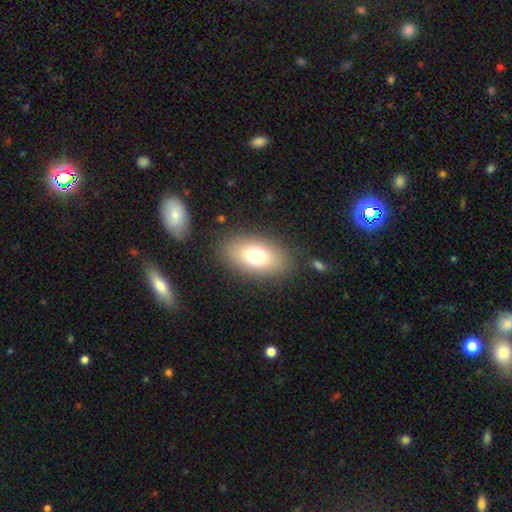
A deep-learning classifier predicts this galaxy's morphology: type=smooth (72%); roundness=in between (84%); merging=none (84%).